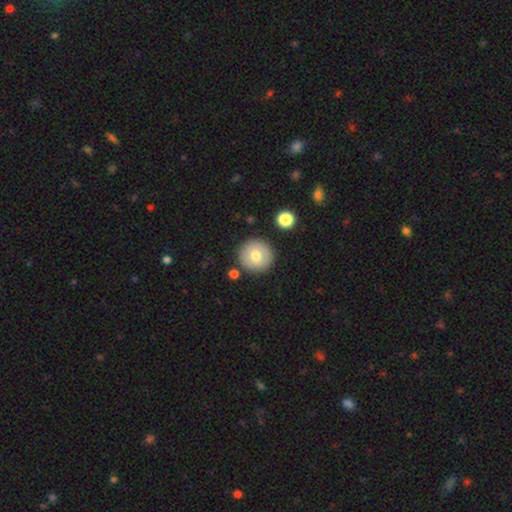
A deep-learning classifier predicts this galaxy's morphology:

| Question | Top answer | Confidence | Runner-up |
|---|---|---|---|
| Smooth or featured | smooth | 71% | featured or disk (21%) |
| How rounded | round | 95% | in between (4%) |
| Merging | none | 87% | minor disturbance (8%) |